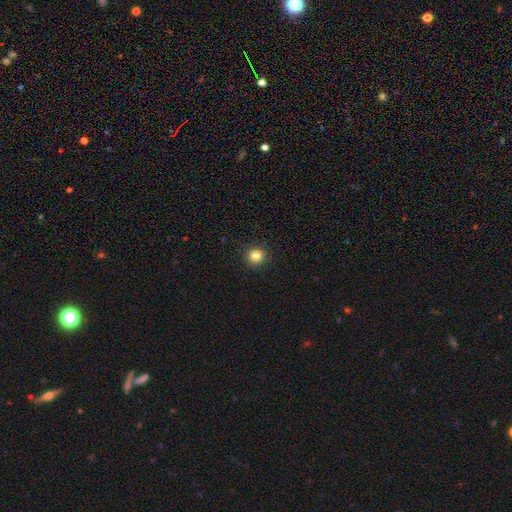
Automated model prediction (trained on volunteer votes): Smooth or featured? Predicted: smooth (p=0.83). How rounded? Predicted: round (p=0.92). Merging? Predicted: none (p=0.92).